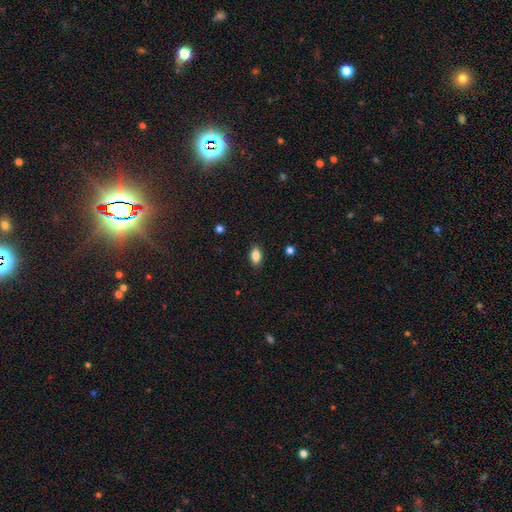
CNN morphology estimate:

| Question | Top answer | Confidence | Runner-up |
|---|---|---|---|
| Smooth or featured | smooth | 84% | star or artifact (9%) |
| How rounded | in between | 89% | round (7%) |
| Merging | none | 88% | minor disturbance (9%) |